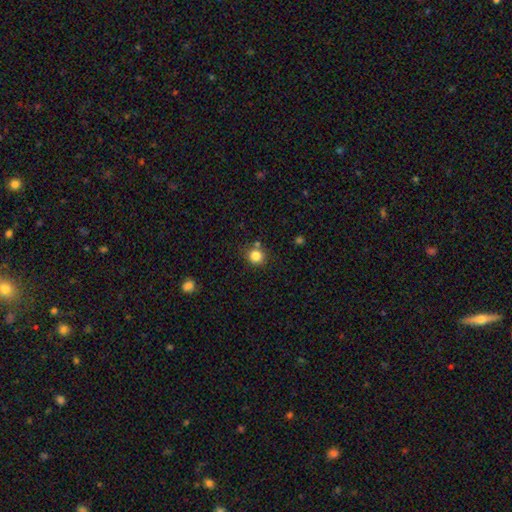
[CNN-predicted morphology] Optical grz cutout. It shows a smooth galaxy with no disk features (83%) that is round (89%). Merging: none (77%).